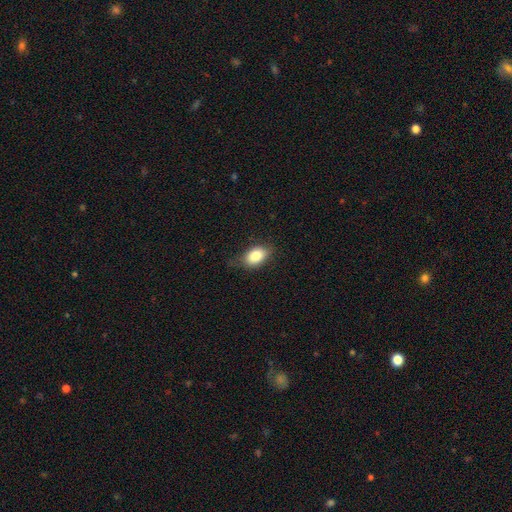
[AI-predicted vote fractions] This appears to be a smooth galaxy with no disk features (84%) that is in between round and cigar-shaped (85%). Merging: none (71%).